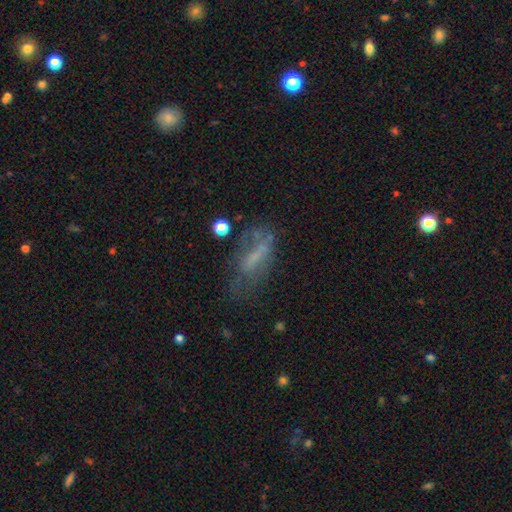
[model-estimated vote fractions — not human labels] Morphology: type=smooth (45%); merging=none (40%).